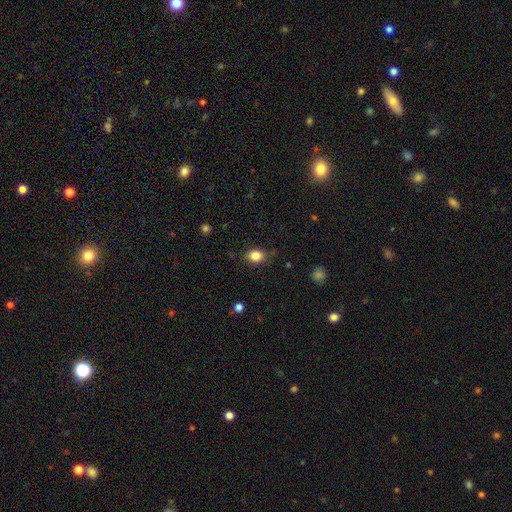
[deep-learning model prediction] Smooth or featured?
  - smooth: 85% *
  - star or artifact: 10%
  - featured or disk: 5%
How rounded?
  - in between: 55% *
  - round: 44%
  - cigar-shaped: 1%
Merging?
  - none: 81% *
  - minor disturbance: 14%
  - major disturbance: 3%
  - merger: 1%